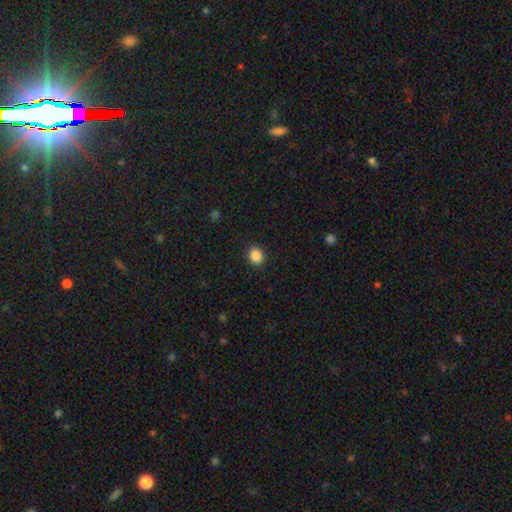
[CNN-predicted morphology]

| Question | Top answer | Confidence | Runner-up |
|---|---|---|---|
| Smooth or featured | smooth | 87% | star or artifact (10%) |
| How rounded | round | 72% | in between (27%) |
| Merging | none | 90% | minor disturbance (7%) |